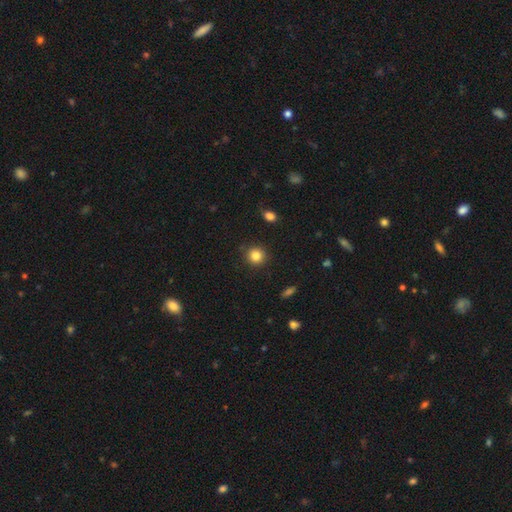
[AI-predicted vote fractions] smooth 84%, star or artifact 11%, featured or disk 5%. Down the decision tree: how rounded — round (91%); merging — none (90%).